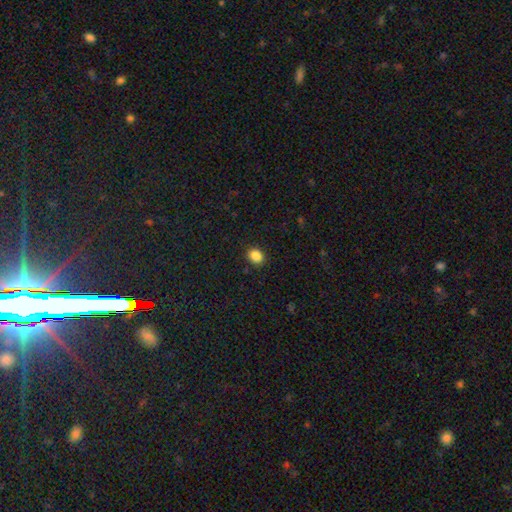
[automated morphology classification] This is clearly a smooth galaxy (86%). How rounded: possibly round (56%). Merging: clearly none (90%).